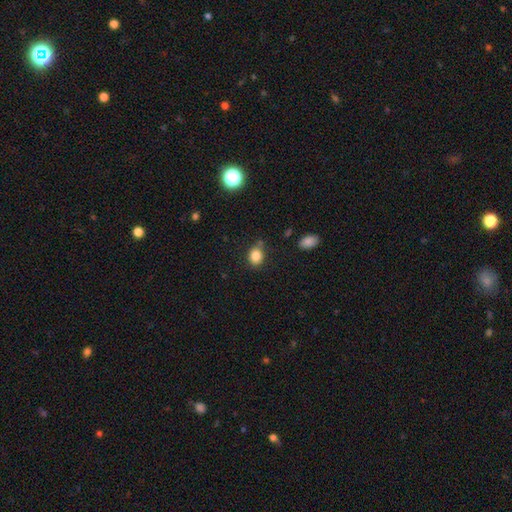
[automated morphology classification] Smooth or featured? smooth (84%)
How rounded? round (53%)
Merging? none (77%)